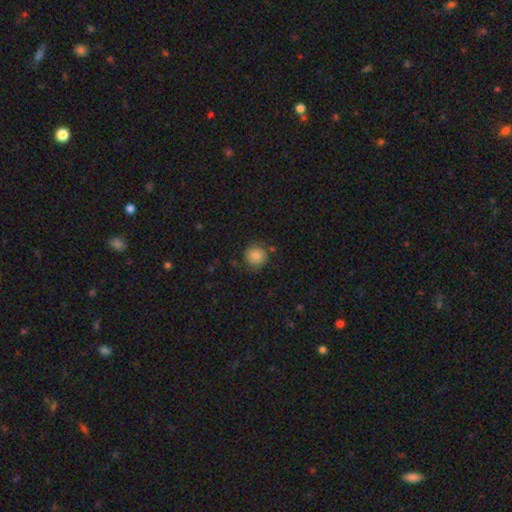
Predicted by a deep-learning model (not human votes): Q: Smooth or featured?
A: smooth (84%); runner-up: star or artifact (8%)
Q: How rounded?
A: round (89%); runner-up: in between (10%)
Q: Merging?
A: none (76%); runner-up: minor disturbance (16%)